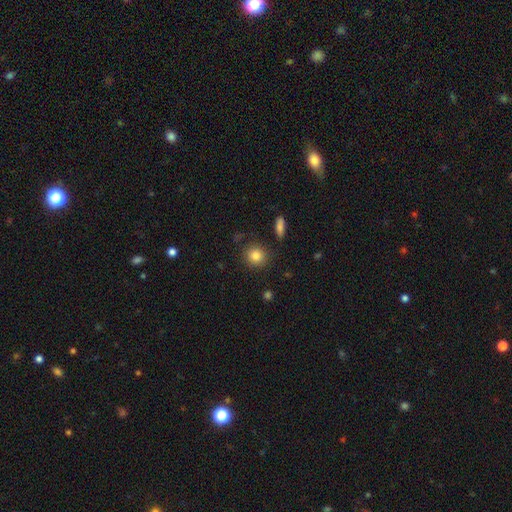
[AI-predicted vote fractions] Q: Smooth or featured?
A: smooth (82%); runner-up: star or artifact (10%)
Q: How rounded?
A: round (88%); runner-up: in between (11%)
Q: Merging?
A: none (87%); runner-up: minor disturbance (9%)